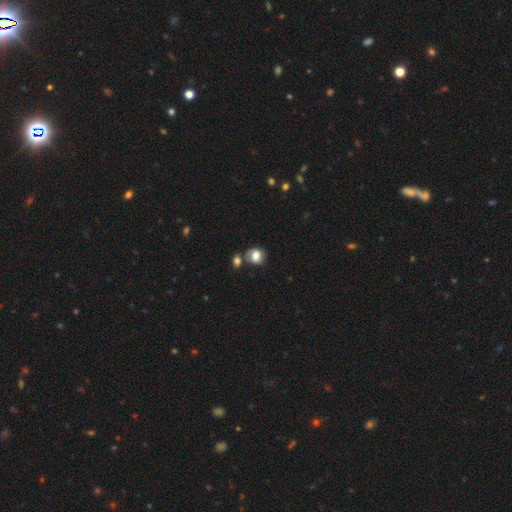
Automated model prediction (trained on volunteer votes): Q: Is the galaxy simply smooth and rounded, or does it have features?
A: smooth — 74%.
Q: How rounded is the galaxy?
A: round — 67%.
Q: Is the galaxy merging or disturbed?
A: none — 50%.